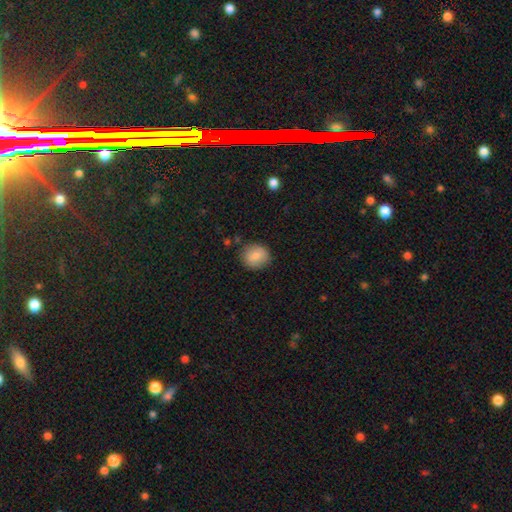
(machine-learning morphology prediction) Smooth or featured? smooth (84%)
How rounded? round (81%)
Merging? none (84%)